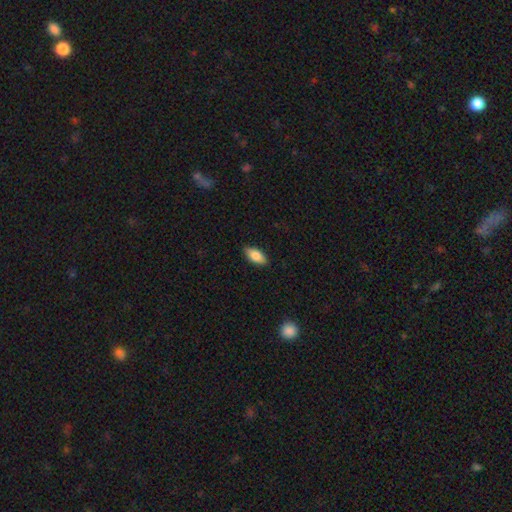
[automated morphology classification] A smooth galaxy with no disk features (81%) that is in between round and cigar-shaped (88%). Merging: none (88%).